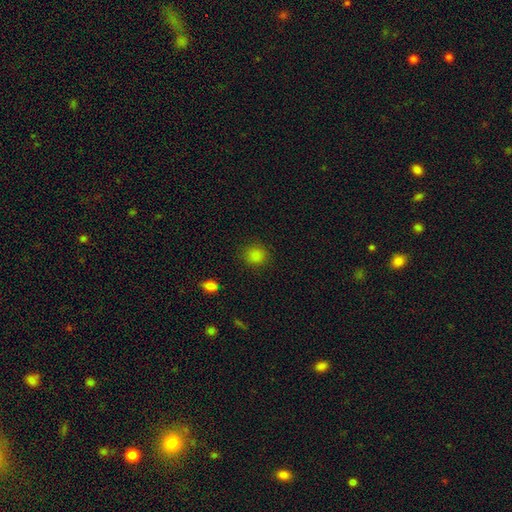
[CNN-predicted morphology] This is clearly a smooth galaxy (85%). How rounded: clearly round (85%). Merging: clearly none (87%).